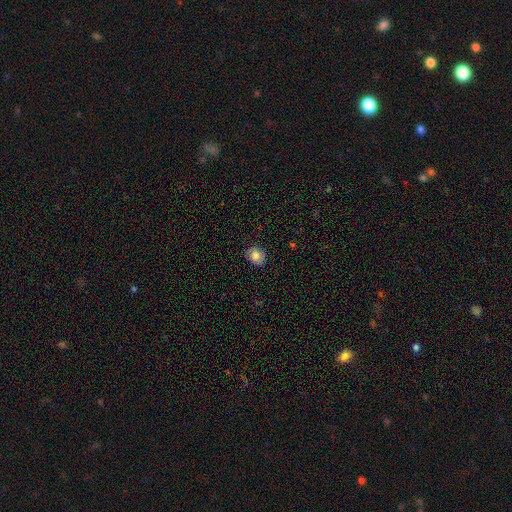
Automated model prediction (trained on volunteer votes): Morphology: type=smooth (82%); roundness=round (60%); merging=none (82%).